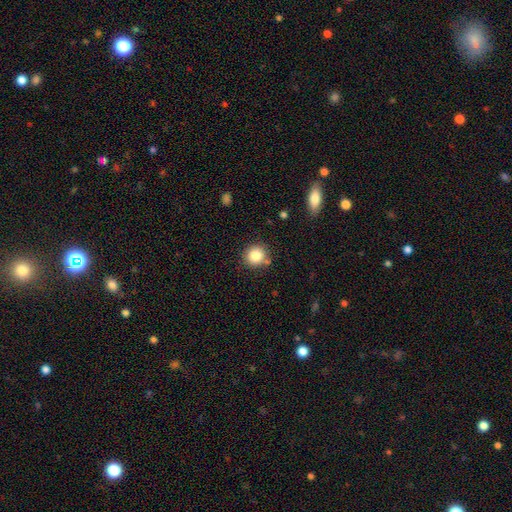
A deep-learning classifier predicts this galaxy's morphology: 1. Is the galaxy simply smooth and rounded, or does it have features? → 83% smooth, 11% star or artifact, 6% featured or disk.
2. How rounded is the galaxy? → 90% round, 9% in between, 1% cigar-shaped.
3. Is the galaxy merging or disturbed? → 81% none, 10% minor disturbance, 6% merger, 3% major disturbance.